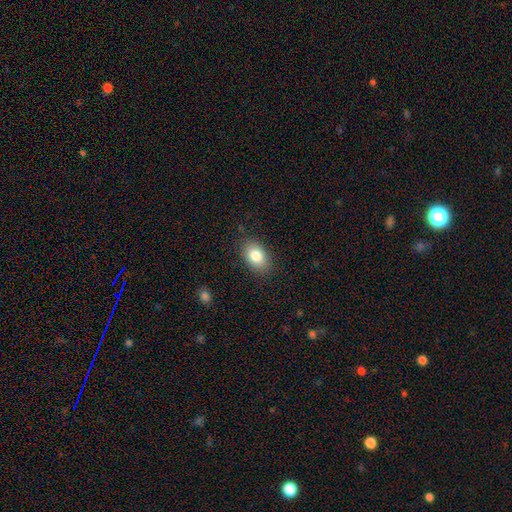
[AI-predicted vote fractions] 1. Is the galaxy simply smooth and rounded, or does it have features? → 83% smooth, 9% featured or disk, 8% star or artifact.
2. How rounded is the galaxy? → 85% in between, 14% round, 1% cigar-shaped.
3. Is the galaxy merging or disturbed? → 86% none, 10% minor disturbance, 3% major disturbance, 1% merger.